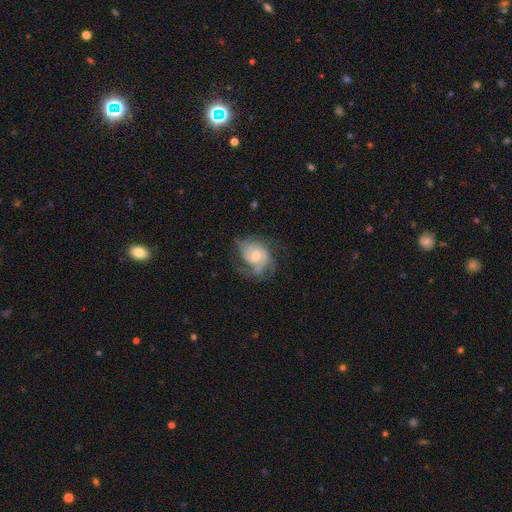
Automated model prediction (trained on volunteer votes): Overall: featured or disk (81%). Edge-on disk: no (98%). Bar: no (67%; weak 29%). Spiral arms: yes (94%). Spiral arm count: 2 (31%; 3 27%). Spiral winding: medium (43%; tight 42%). Bulge size: moderate (48%; small 42%). Merging: none (58%; minor disturbance 22%).